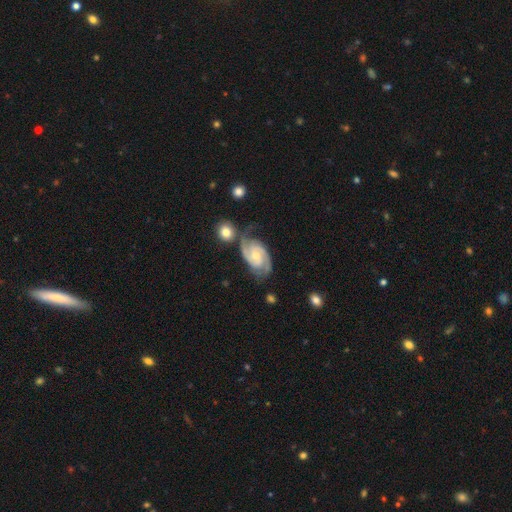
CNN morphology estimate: type=featured or disk (89%); edge-on=no (97%); bar=no (54%); spiral arms=yes (98%); winding=tight (51%); arm count=2 (81%); bulge=moderate (60%); merging=none (64%).